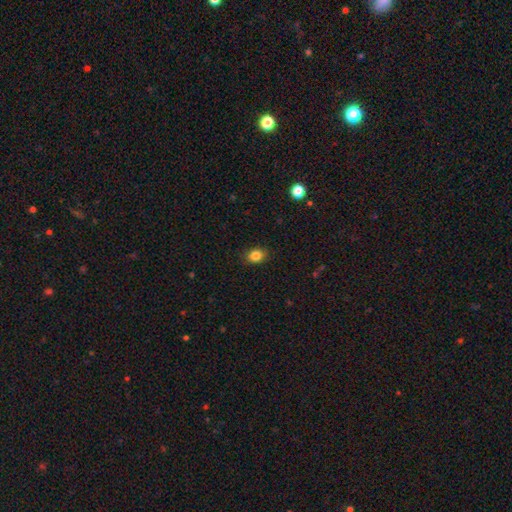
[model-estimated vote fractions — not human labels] This appears to be a smooth galaxy with no disk features (85%) that is in between round and cigar-shaped (61%). Merging: none (87%).